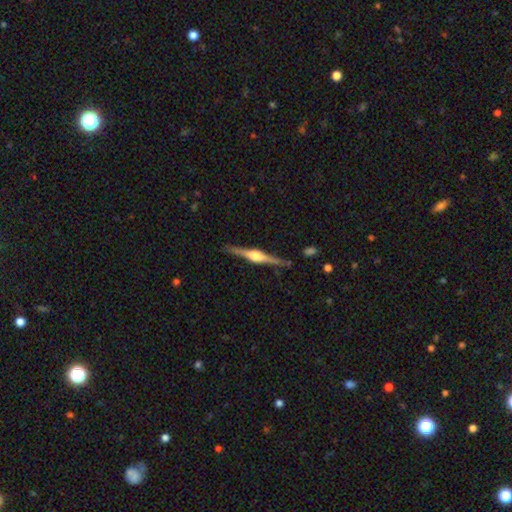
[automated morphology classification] Smooth or featured? featured or disk (83%)
Edge-on disk? yes (98%)
Edge-on bulge? rounded (91%)
Merging? none (87%)